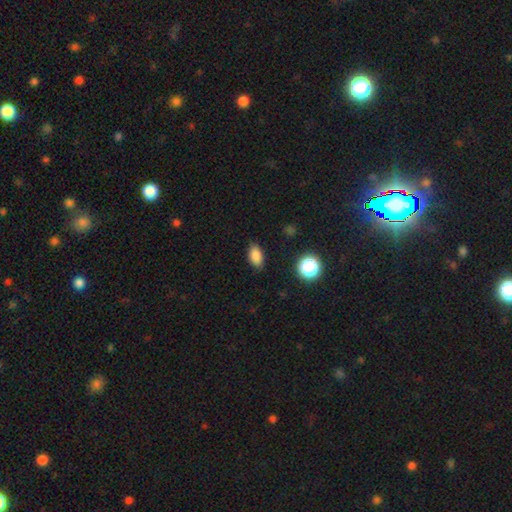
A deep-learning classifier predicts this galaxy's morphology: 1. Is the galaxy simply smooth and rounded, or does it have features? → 85% smooth, 11% star or artifact, 5% featured or disk.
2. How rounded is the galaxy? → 88% in between, 9% round, 3% cigar-shaped.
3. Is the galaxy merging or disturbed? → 85% none, 11% minor disturbance, 3% major disturbance, 1% merger.